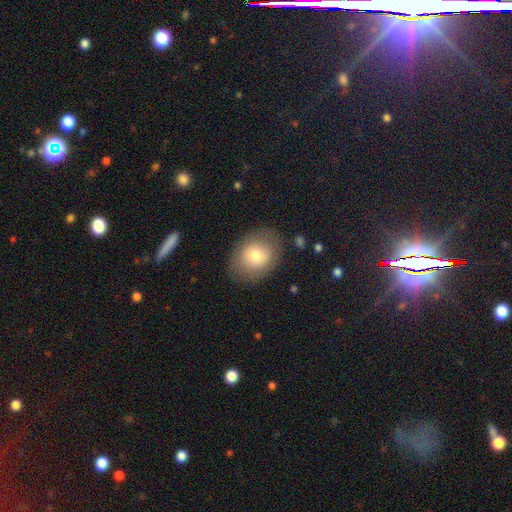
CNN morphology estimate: smooth_or_featured: smooth (p=0.74) [alt: featured or disk p=0.18]
how_rounded: in between (p=0.56) [alt: round p=0.43]
merging: none (p=0.82) [alt: minor disturbance p=0.12]